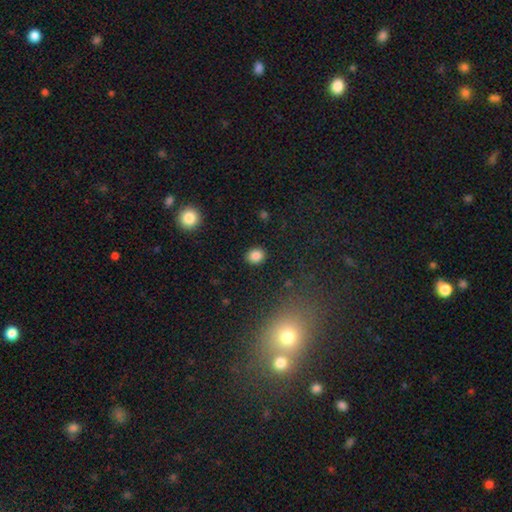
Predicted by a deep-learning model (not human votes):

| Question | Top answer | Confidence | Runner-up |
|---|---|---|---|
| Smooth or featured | smooth | 85% | star or artifact (10%) |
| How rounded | round | 68% | in between (31%) |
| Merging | none | 89% | minor disturbance (7%) |